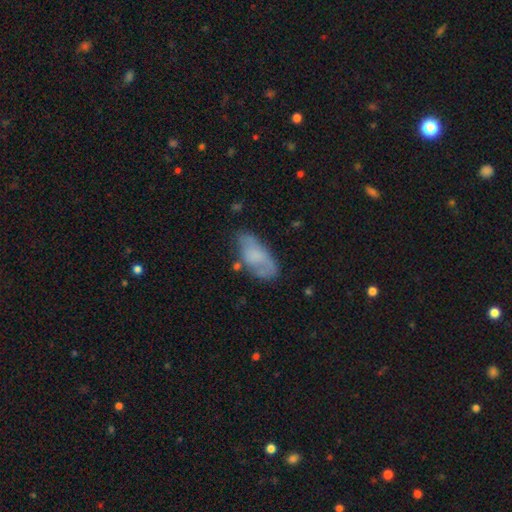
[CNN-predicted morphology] A smooth galaxy with no disk features (59%) that is in between round and cigar-shaped (88%). Merging: none (50%).